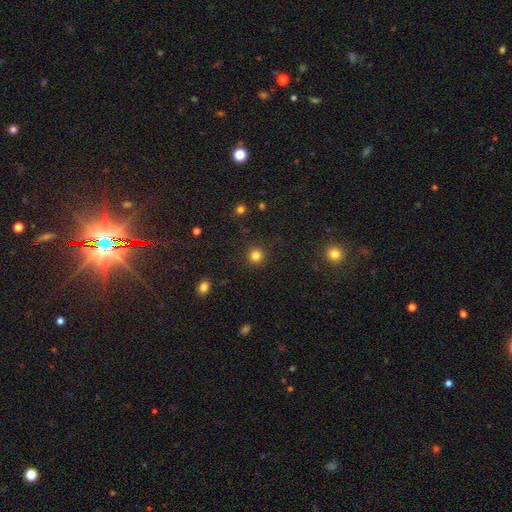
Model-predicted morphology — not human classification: Q: Smooth or featured?
A: smooth (83%); runner-up: star or artifact (13%)
Q: How rounded?
A: round (94%); runner-up: in between (5%)
Q: Merging?
A: none (91%); runner-up: minor disturbance (5%)